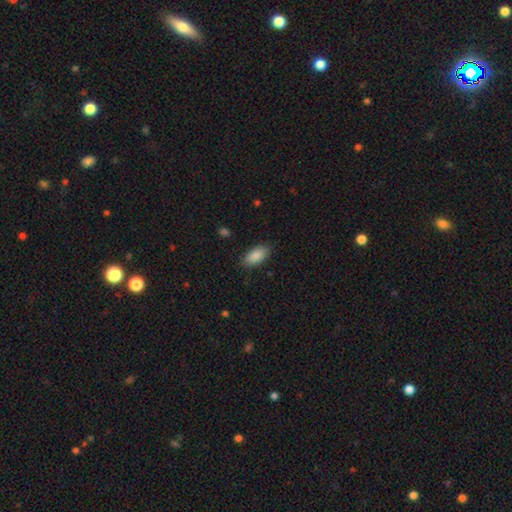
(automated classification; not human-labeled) Morphology: type=smooth (89%); roundness=in between (92%); merging=none (86%).